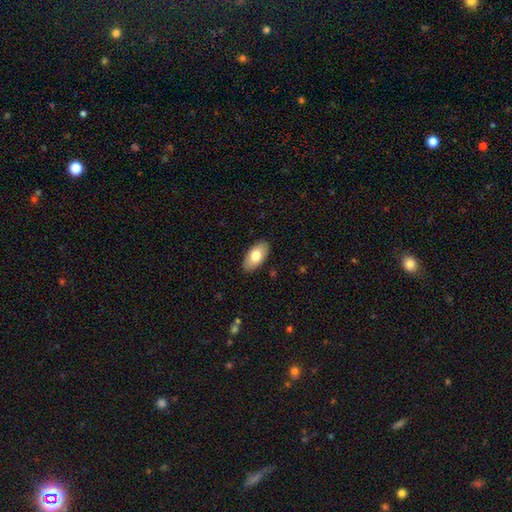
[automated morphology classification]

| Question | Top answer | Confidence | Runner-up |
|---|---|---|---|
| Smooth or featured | smooth | 77% | featured or disk (17%) |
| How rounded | in between | 95% | round (3%) |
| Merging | none | 88% | minor disturbance (9%) |